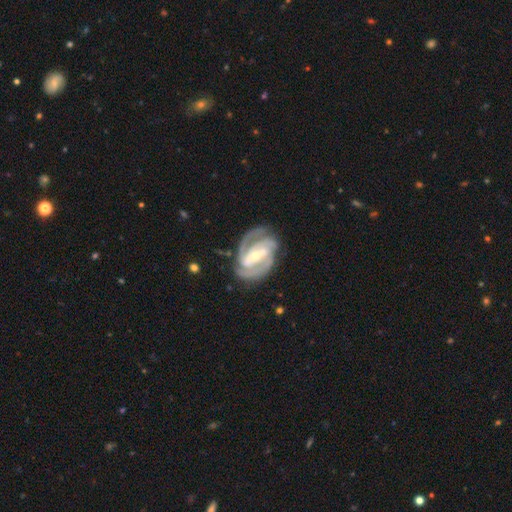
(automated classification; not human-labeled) The model was most divided on "bulge size": small: 54%, moderate: 42%, large: 2%, none: 1%, dominant: 1%. More confident: spiral arms — yes (98%); edge-on disk — no (97%); smooth or featured — featured or disk (92%); merging — none (75%); bar — strong (65%); spiral arm count — 2 (55%); spiral winding — tight (55%).